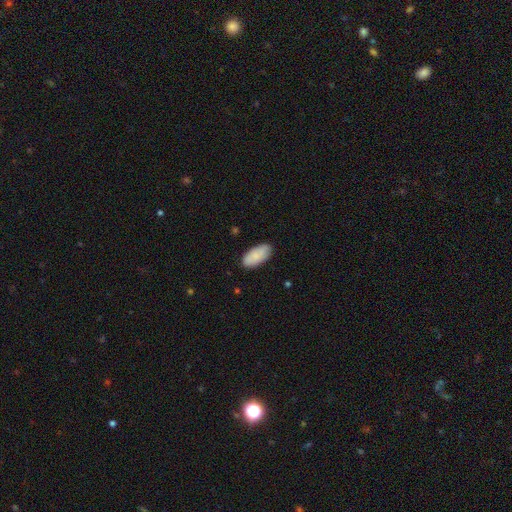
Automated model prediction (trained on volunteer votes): Morphology: type=smooth (87%); roundness=in between (93%); merging=none (85%).